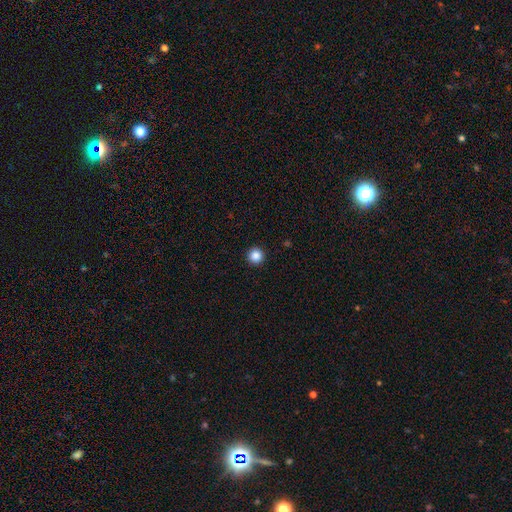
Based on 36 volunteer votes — smooth-or-featured: smooth: 86% | featured or disk: 8% | star or artifact: 6%
  how-rounded: round: 97% | in between: 3% | cigar-shaped: 0%
  merging: none: 94% | minor disturbance: 3% | merger: 3% | major disturbance: 0%